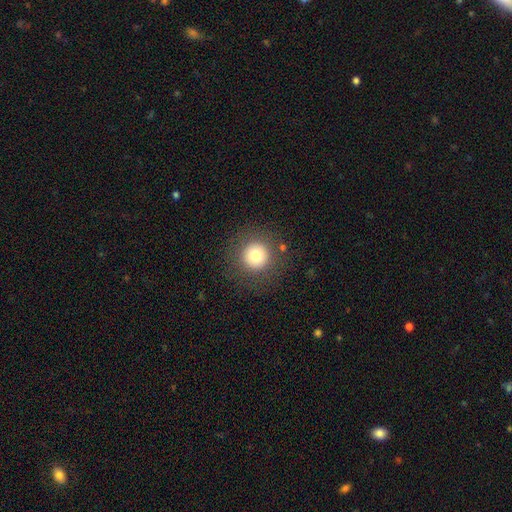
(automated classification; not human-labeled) Q: Smooth or featured?
A: smooth (78%); runner-up: star or artifact (12%)
Q: How rounded?
A: round (96%); runner-up: in between (3%)
Q: Merging?
A: none (87%); runner-up: minor disturbance (7%)